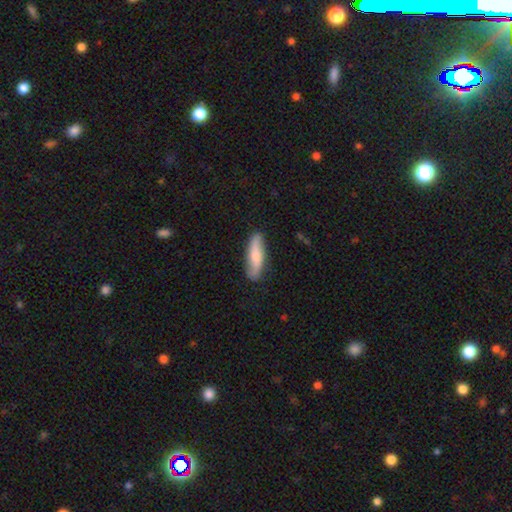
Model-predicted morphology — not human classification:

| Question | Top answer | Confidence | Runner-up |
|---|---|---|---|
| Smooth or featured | smooth | 64% | featured or disk (31%) |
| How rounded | cigar-shaped | 63% | in between (35%) |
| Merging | none | 81% | minor disturbance (15%) |